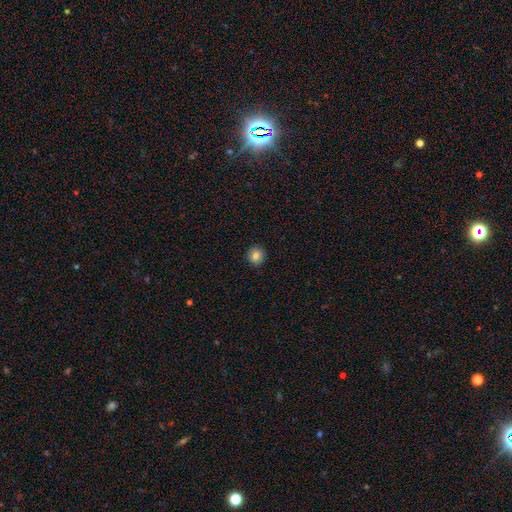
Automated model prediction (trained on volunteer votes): smooth 84%, star or artifact 10%, featured or disk 6%. Down the decision tree: how rounded — round (92%); merging — none (92%).